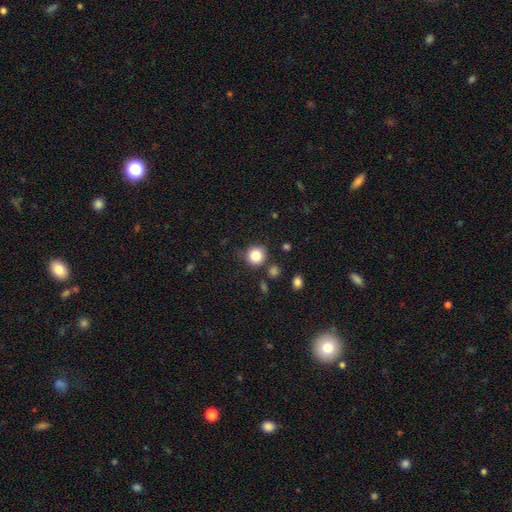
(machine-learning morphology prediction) Smooth or featured: smooth — 84% (star or artifact — 11%)
How rounded: round — 91% (in between — 8%)
Merging: none — 81% (minor disturbance — 11%)